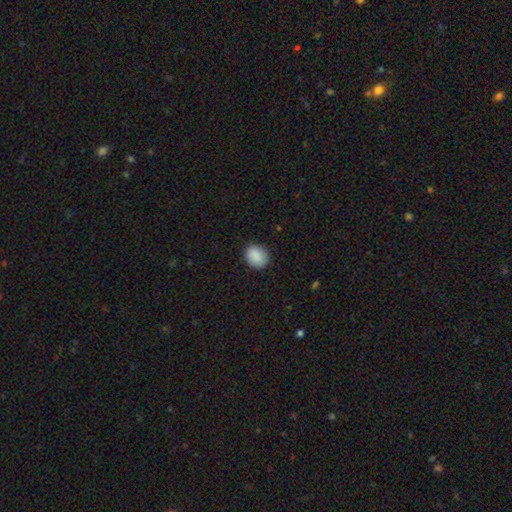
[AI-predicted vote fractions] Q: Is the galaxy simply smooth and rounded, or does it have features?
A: smooth — 89%.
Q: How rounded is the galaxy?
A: round — 55%.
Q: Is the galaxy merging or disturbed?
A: none — 87%.